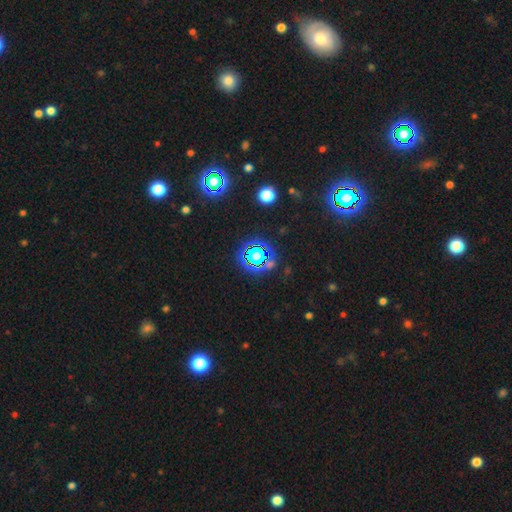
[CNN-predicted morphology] Smooth or featured? star or artifact (65%)